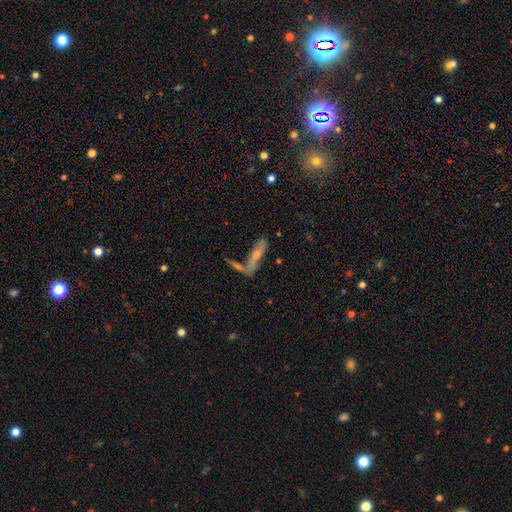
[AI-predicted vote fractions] Smooth or featured? smooth (45%)
Merging? none (43%)